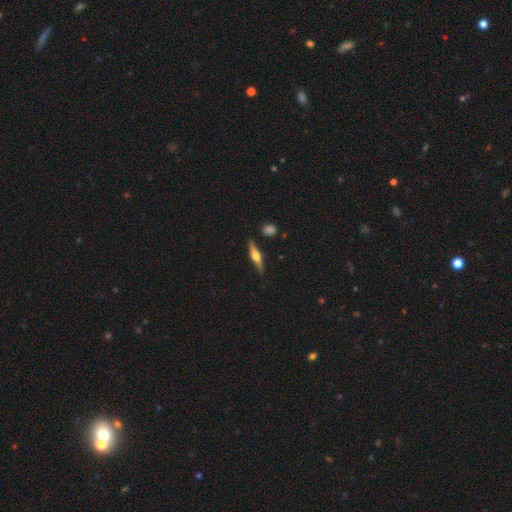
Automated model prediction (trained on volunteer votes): A featured or disk galaxy (69%) viewed edge-on (97%) with a rounded central bulge (93%).

Vote fractions:
- Smooth or featured? featured or disk: 69% / smooth: 26% / star or artifact: 6%
- Edge-on disk? yes: 97% / no: 3%
- Edge-on bulge? rounded: 93% / boxy: 5% / none: 2%
- Merging? none: 85% / minor disturbance: 11% / merger: 3% / major disturbance: 2%